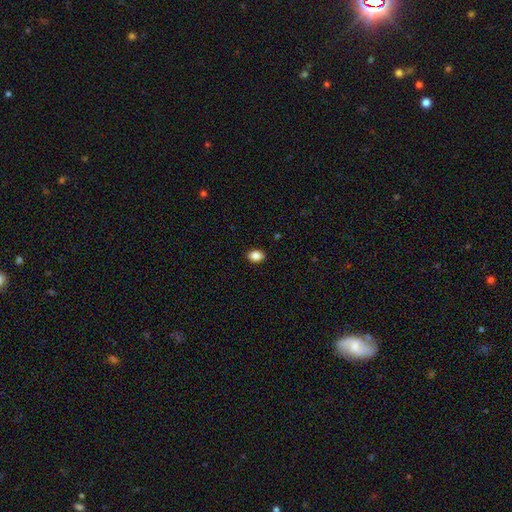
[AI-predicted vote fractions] smooth-or-featured: smooth: 87% | star or artifact: 9% | featured or disk: 5%
  how-rounded: in between: 73% | round: 26% | cigar-shaped: 1%
  merging: none: 90% | minor disturbance: 7% | major disturbance: 2% | merger: 1%